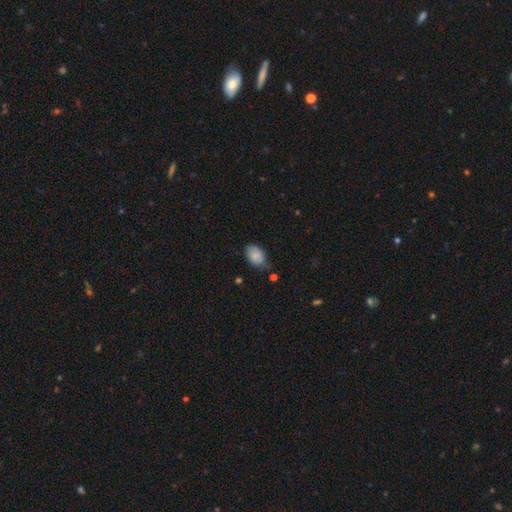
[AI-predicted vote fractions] Smooth or featured? Predicted: smooth (p=0.83). How rounded? Predicted: in between (p=0.85). Merging? Predicted: none (p=0.59).